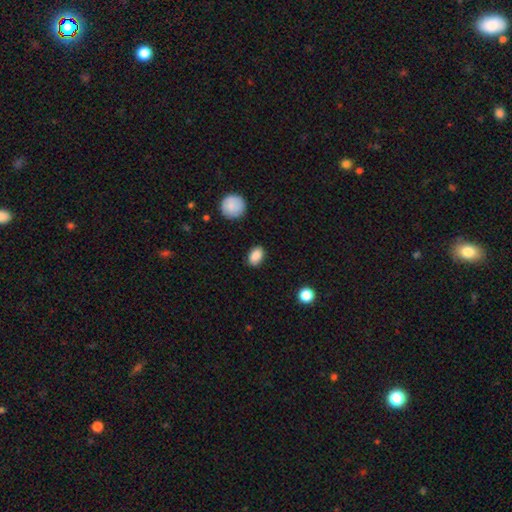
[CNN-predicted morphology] Q: Smooth or featured?
A: smooth (88%); runner-up: star or artifact (8%)
Q: How rounded?
A: in between (82%); runner-up: round (16%)
Q: Merging?
A: none (86%); runner-up: minor disturbance (10%)